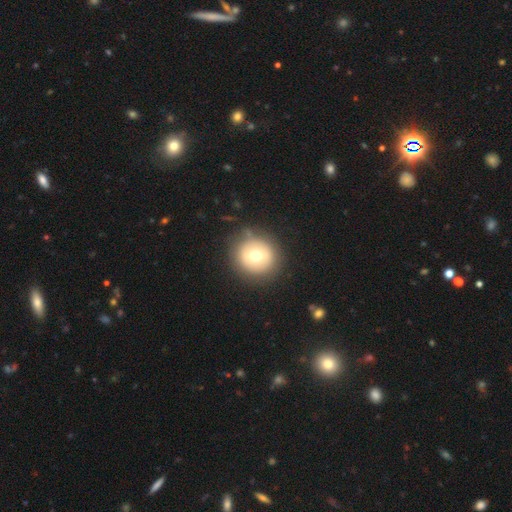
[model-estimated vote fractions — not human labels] Smooth or featured? Predicted: smooth (p=0.65). How rounded? Predicted: round (p=0.92). Merging? Predicted: none (p=0.82).